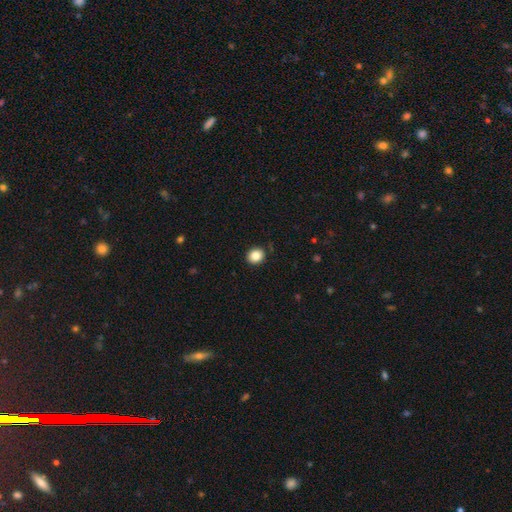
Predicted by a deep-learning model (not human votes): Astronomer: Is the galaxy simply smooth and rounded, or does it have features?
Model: smooth — 85%.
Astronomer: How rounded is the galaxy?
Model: round — 79%.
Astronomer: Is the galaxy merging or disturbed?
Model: none — 90%.